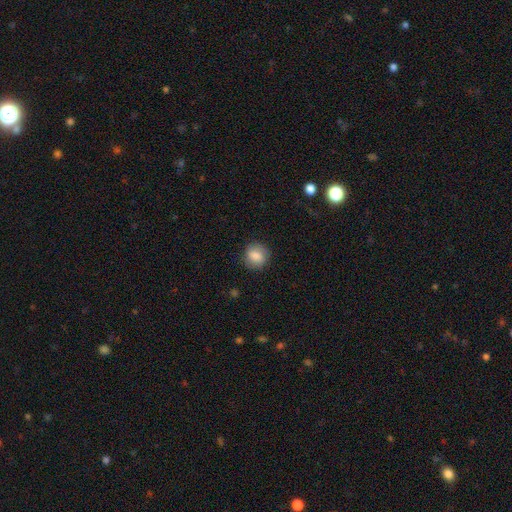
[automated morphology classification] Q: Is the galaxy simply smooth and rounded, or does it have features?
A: smooth — 82%.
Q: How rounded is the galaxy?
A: round — 83%.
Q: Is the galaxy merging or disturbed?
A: none — 86%.